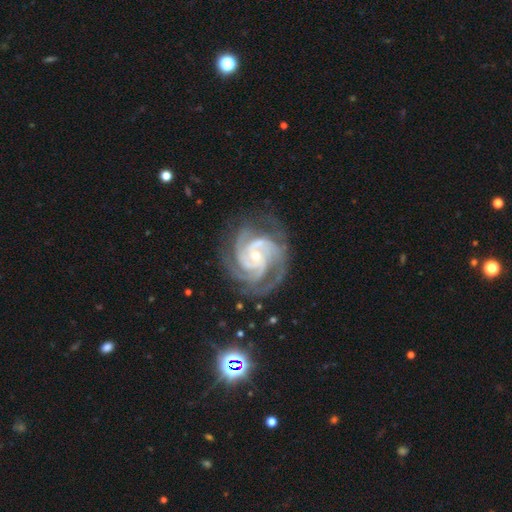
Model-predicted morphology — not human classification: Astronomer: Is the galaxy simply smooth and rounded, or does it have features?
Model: featured or disk — 93%.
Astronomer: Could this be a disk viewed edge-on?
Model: no — 98%.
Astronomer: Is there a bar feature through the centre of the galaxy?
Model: no — 62%.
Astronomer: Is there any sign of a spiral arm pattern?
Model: yes — 99%.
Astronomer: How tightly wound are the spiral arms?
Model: tight — 65%.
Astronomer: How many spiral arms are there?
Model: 3 — 48% (runner-up: 4, 24%).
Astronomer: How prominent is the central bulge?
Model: small — 57% (runner-up: moderate, 40%).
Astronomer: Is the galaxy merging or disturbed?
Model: none — 73%.